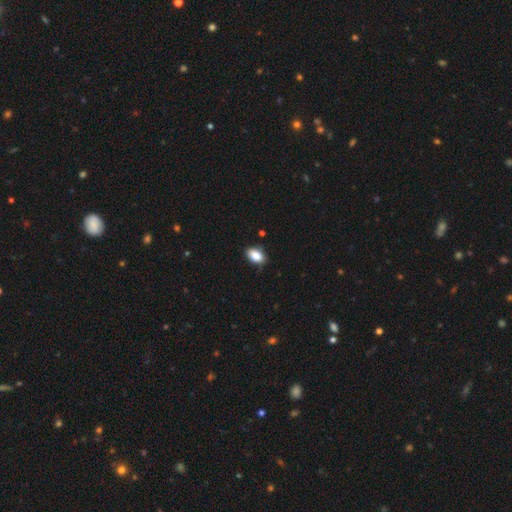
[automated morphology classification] smooth 83%, featured or disk 9%, star or artifact 8%. Down the decision tree: how rounded — in between (89%); merging — none (77%).